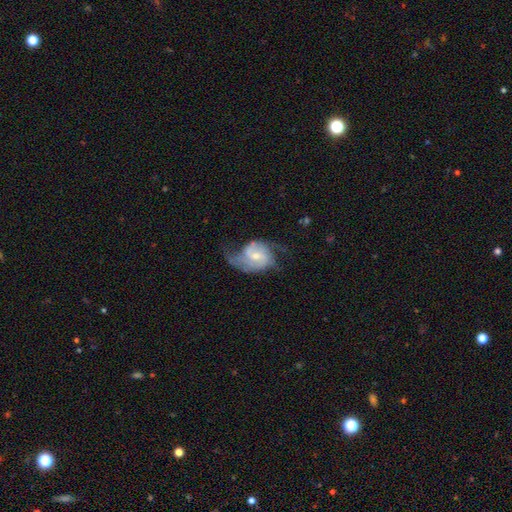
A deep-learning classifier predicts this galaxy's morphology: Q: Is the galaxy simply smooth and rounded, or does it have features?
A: featured or disk — 76%.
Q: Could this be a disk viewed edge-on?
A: no — 97%.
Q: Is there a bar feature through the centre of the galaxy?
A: weak — 48%.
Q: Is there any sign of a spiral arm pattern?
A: yes — 91%.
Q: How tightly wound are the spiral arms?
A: medium — 42%.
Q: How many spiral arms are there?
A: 2 — 70%.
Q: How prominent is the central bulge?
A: small — 50%.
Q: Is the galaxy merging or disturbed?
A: none — 43%.